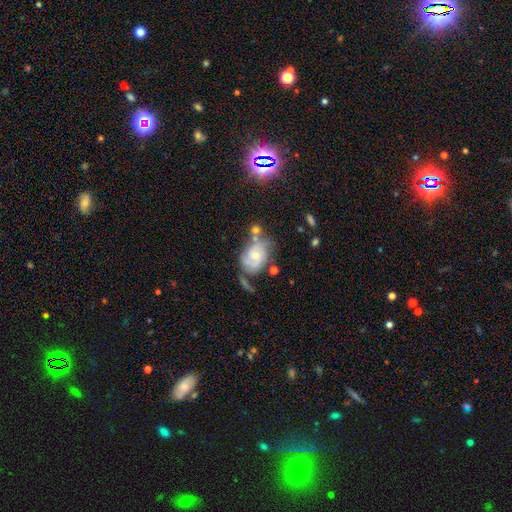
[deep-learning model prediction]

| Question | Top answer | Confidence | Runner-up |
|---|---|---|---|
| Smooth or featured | featured or disk | 65% | smooth (27%) |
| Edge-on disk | no | 97% | yes (3%) |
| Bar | no | 71% | weak (25%) |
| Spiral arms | yes | 83% | no (17%) |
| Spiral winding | tight | 45% | medium (38%) |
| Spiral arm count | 2 | 45% | can't tell (30%) |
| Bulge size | small | 52% | moderate (44%) |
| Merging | none | 39% | minor disturbance (25%) |